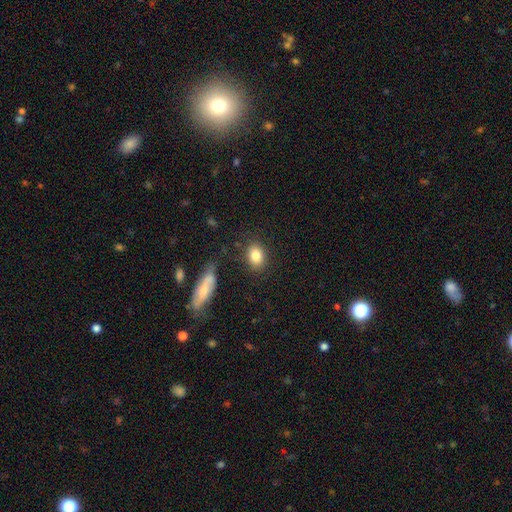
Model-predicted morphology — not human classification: smooth-or-featured: smooth: 84% | star or artifact: 8% | featured or disk: 8%
  how-rounded: in between: 68% | round: 30% | cigar-shaped: 2%
  merging: none: 82% | minor disturbance: 11% | merger: 3% | major disturbance: 3%